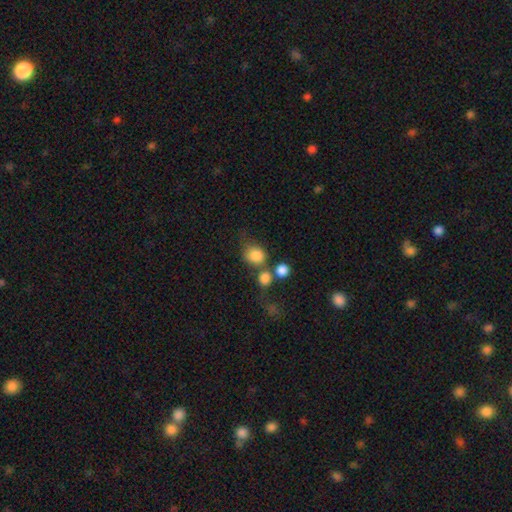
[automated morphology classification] Smooth or featured? Predicted: smooth (p=0.81). How rounded? Predicted: round (p=0.71). Merging? Predicted: none (p=0.43).